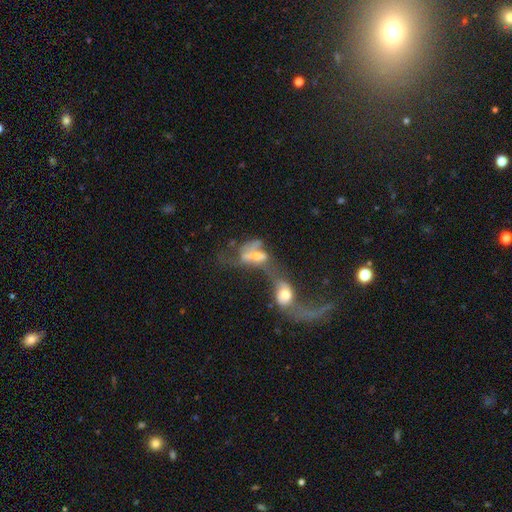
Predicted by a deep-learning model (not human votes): This appears to be a featured or disk galaxy (57%) with no bar (52%), spiral arms (54%) and a moderate central bulge (49%). Merging: merger (75%).